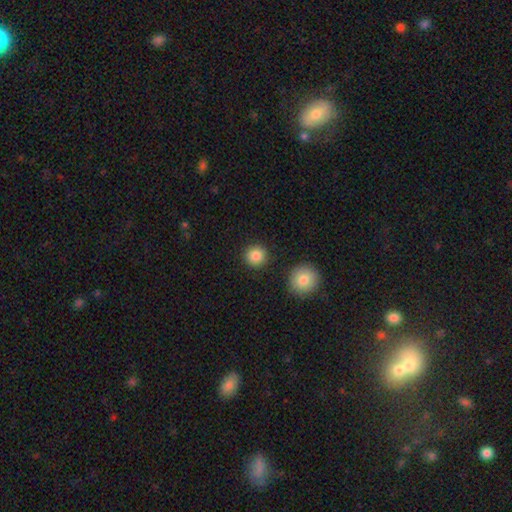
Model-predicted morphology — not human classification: Q: Smooth or featured?
A: smooth (87%); runner-up: star or artifact (9%)
Q: How rounded?
A: round (94%); runner-up: in between (5%)
Q: Merging?
A: none (90%); runner-up: minor disturbance (6%)